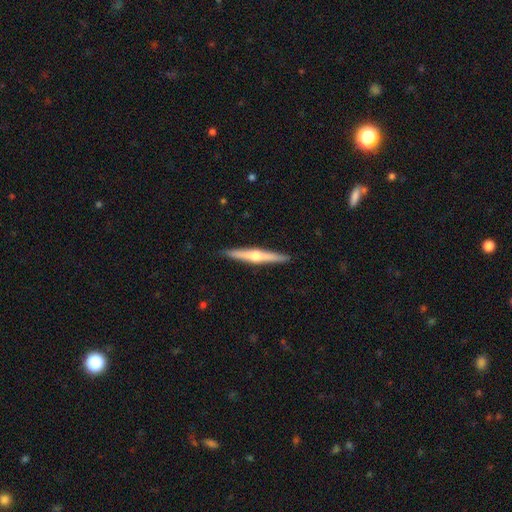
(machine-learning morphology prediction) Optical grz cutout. It shows a featured or disk galaxy (66%) viewed edge-on (98%) with a rounded central bulge (90%). Merging: none (91%).